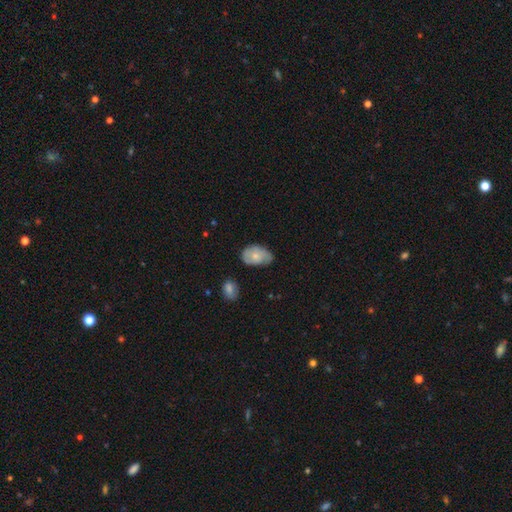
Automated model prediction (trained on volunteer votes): Overall: smooth (63%; featured or disk 30%). How rounded: in between (85%). Merging: none (48%; minor disturbance 40%).